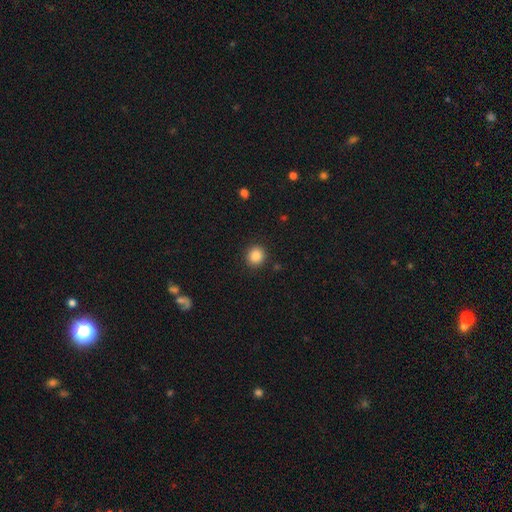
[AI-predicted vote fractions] This appears to be a smooth galaxy with no disk features (87%) that is round (86%). Merging: none (91%).